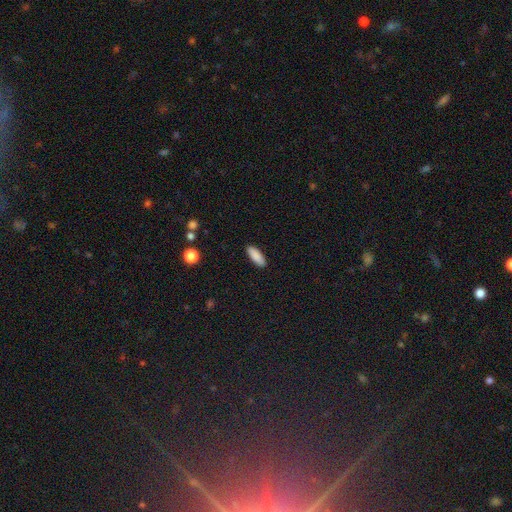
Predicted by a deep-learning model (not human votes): Smooth or featured? Predicted: smooth (p=0.88). How rounded? Predicted: in between (p=0.62). Merging? Predicted: none (p=0.90).